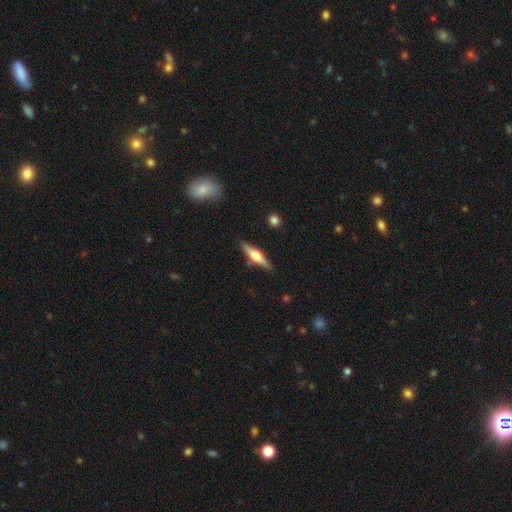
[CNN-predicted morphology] A featured or disk galaxy (61%) viewed edge-on (96%) with a rounded central bulge (88%).

Vote fractions:
- Smooth or featured? featured or disk: 61% / smooth: 33% / star or artifact: 6%
- Edge-on disk? yes: 96% / no: 4%
- Edge-on bulge? rounded: 88% / boxy: 9% / none: 3%
- Merging? none: 84% / minor disturbance: 10% / merger: 3% / major disturbance: 2%